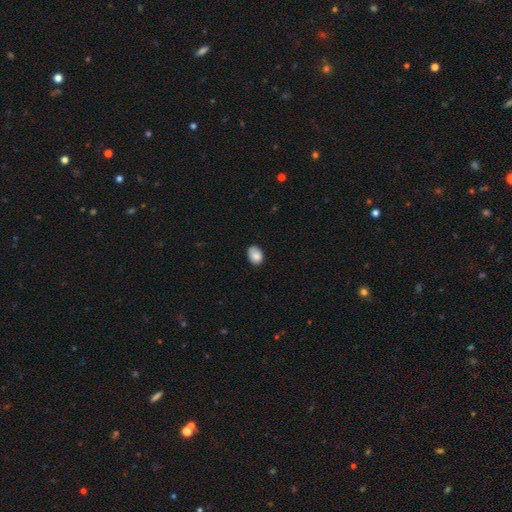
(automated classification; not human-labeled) Morphology: type=smooth (84%); roundness=in between (71%); merging=none (69%).